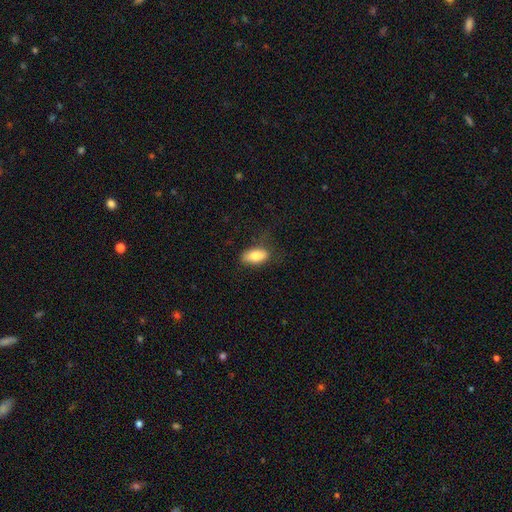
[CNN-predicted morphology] This appears to be a smooth galaxy with no disk features (82%) that is in between round and cigar-shaped (89%). Merging: none (68%).